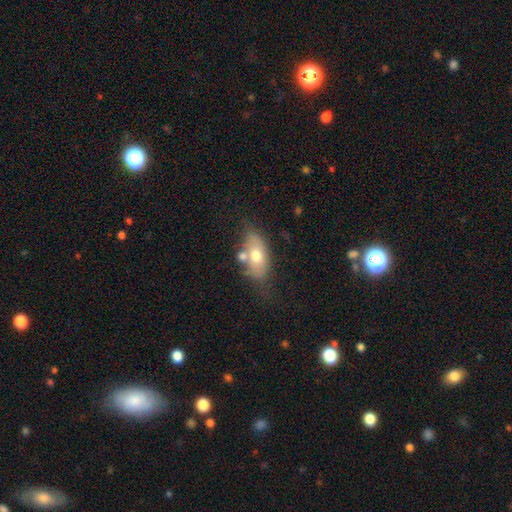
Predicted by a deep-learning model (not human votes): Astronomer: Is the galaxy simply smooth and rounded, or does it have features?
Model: smooth — 64%.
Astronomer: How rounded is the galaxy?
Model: in between — 86%.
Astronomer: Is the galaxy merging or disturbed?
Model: none — 51%.